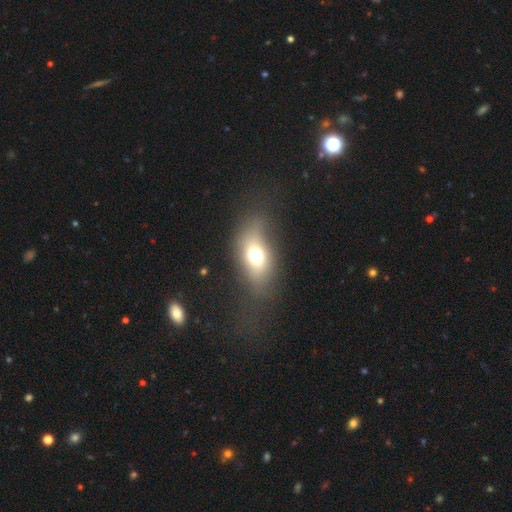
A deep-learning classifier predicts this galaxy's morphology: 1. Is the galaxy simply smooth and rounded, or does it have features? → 62% smooth, 24% featured or disk, 14% star or artifact.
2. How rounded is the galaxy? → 75% in between, 20% round, 5% cigar-shaped.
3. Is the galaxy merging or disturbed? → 65% none, 19% minor disturbance, 14% major disturbance, 2% merger.